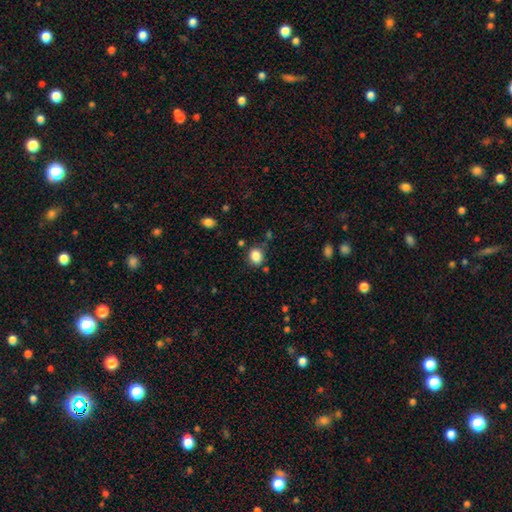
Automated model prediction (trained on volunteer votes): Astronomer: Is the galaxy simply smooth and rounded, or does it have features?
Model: smooth — 85%.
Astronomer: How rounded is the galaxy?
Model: round — 63%.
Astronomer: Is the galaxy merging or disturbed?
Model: none — 77%.